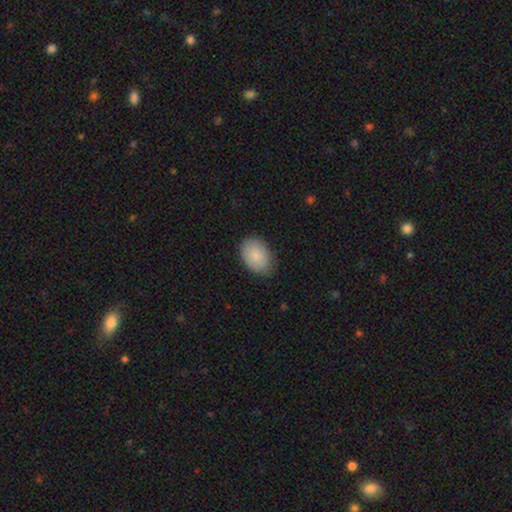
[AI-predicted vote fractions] This appears to be a smooth galaxy with no disk features (86%) that is in between round and cigar-shaped (83%). Merging: none (78%).